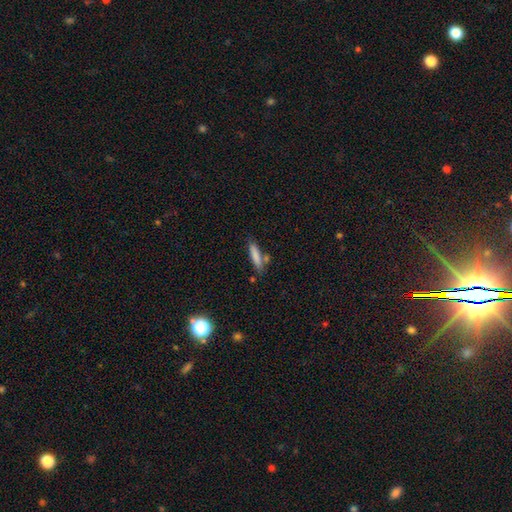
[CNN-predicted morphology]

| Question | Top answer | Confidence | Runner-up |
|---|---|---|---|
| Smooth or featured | smooth | 82% | featured or disk (11%) |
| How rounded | cigar-shaped | 77% | in between (21%) |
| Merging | none | 70% | minor disturbance (16%) |